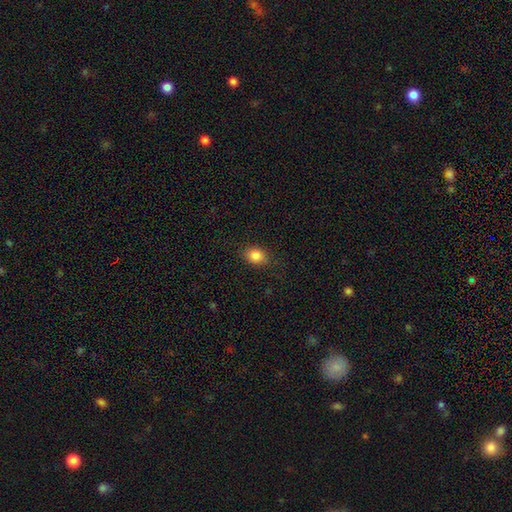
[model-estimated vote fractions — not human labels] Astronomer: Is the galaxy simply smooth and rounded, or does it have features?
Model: smooth — 86%.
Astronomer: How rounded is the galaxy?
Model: in between — 61% (runner-up: round, 38%).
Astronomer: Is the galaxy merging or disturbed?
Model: none — 85%.